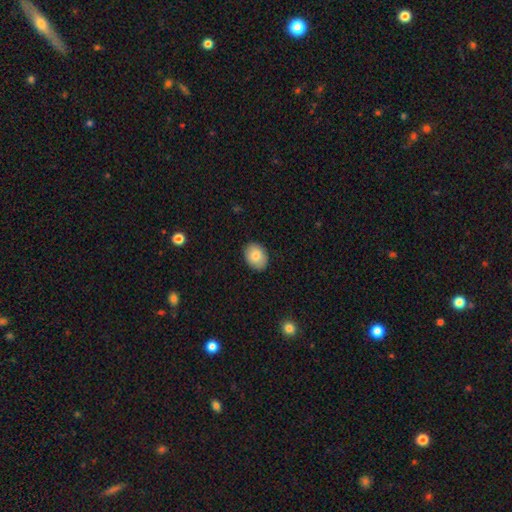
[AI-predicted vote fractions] Q: Smooth or featured?
A: smooth (84%); runner-up: featured or disk (9%)
Q: How rounded?
A: in between (69%); runner-up: round (30%)
Q: Merging?
A: none (88%); runner-up: minor disturbance (9%)